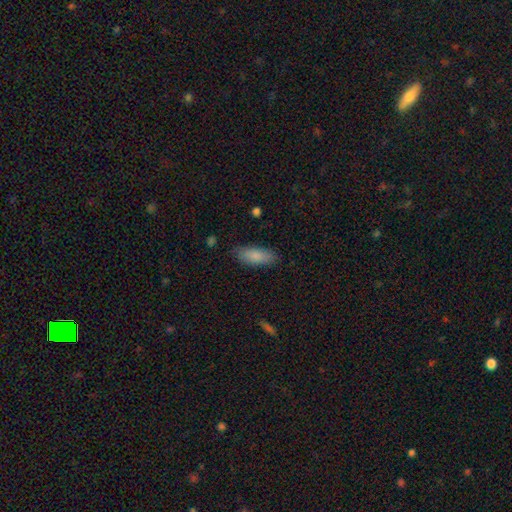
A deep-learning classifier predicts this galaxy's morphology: Smooth or featured? Predicted: smooth (p=0.86). How rounded? Predicted: in between (p=0.74). Merging? Predicted: none (p=0.84).